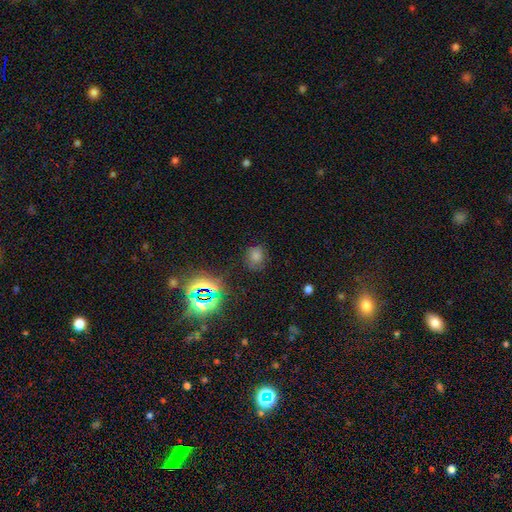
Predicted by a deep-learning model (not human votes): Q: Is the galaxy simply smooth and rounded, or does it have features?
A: smooth — 48%.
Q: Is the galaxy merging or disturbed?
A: none — 83%.